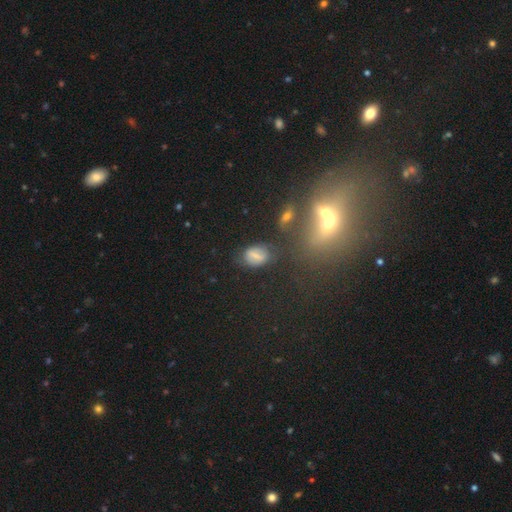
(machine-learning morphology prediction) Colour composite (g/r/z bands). It shows a smooth galaxy with no disk features (61%) that is in between round and cigar-shaped (79%). Merging: none (69%).